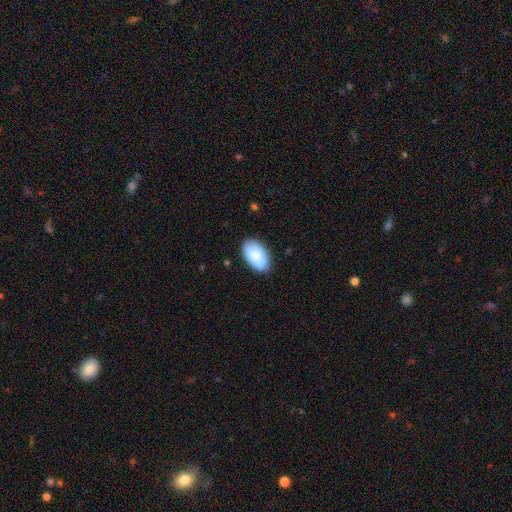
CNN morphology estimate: Smooth or featured? smooth (81%)
How rounded? in between (94%)
Merging? none (79%)